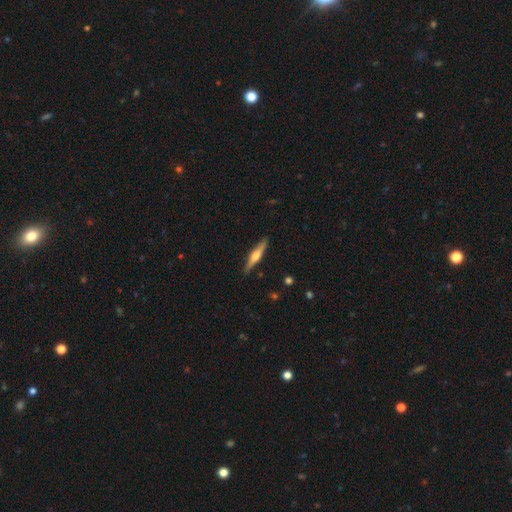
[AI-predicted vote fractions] featured or disk 62%, smooth 33%, star or artifact 5%. Down the decision tree: edge-on disk — yes (97%); edge-on bulge — rounded (88%); merging — none (89%).